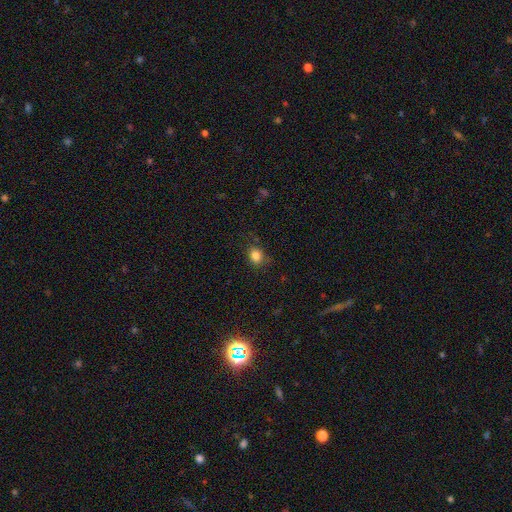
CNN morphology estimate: This appears to be a smooth galaxy with no disk features (83%) that is round (57%). Merging: none (78%).